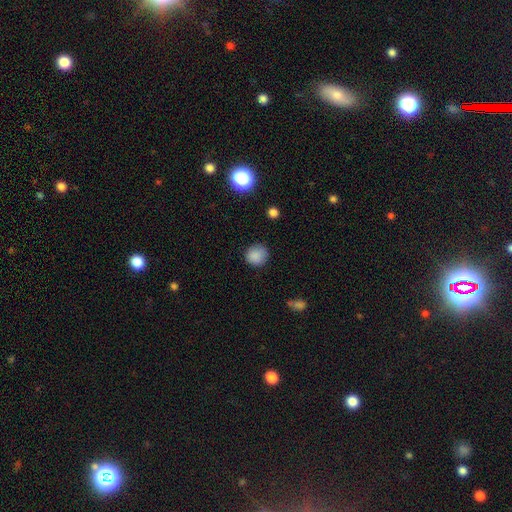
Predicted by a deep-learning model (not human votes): This is clearly a smooth galaxy (86%). How rounded: clearly round (89%). Merging: clearly none (83%).